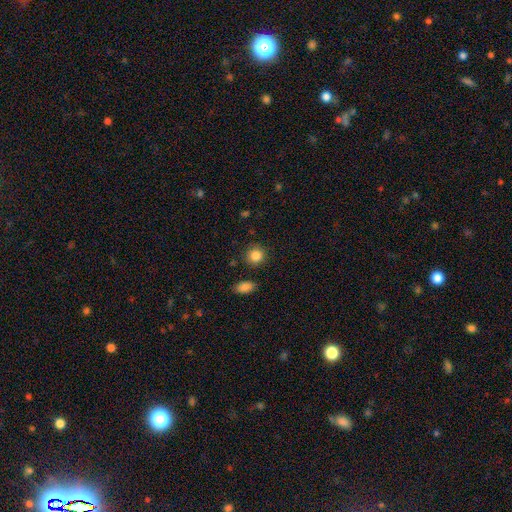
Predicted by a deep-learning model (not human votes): Morphology: type=smooth (86%); roundness=round (89%); merging=none (88%).